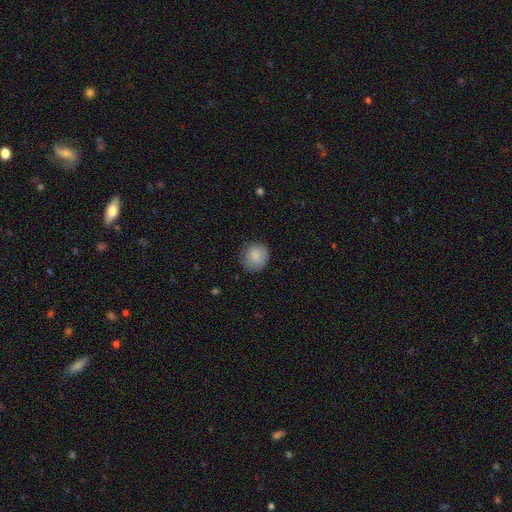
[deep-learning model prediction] smooth-or-featured: smooth: 84% | featured or disk: 8% | star or artifact: 7%
  how-rounded: round: 85% | in between: 14% | cigar-shaped: 1%
  merging: none: 80% | minor disturbance: 15% | major disturbance: 4% | merger: 1%